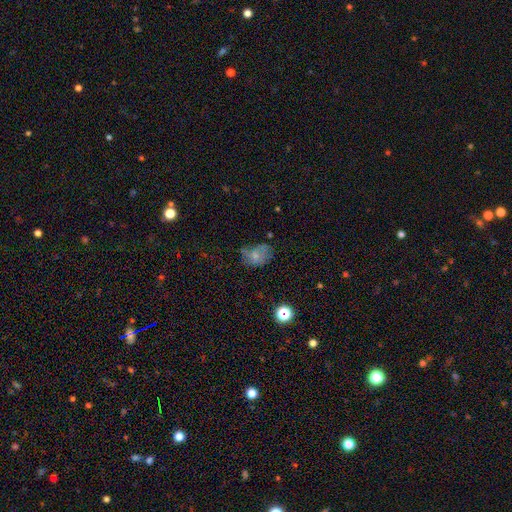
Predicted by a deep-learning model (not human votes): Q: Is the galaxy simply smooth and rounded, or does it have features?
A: smooth — 62%.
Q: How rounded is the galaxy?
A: in between — 69%.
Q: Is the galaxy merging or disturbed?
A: none — 44%.